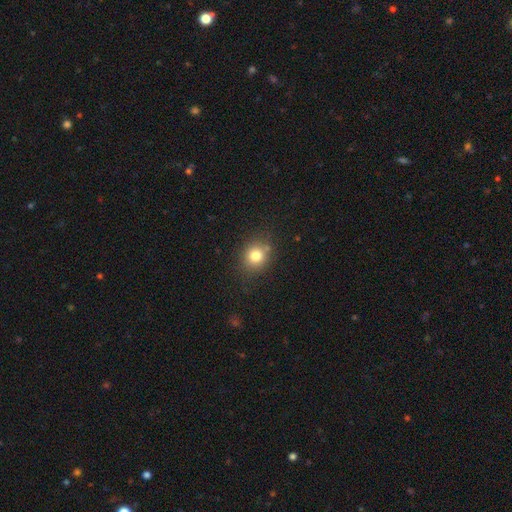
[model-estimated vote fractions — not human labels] Q: Smooth or featured?
A: smooth (78%); runner-up: star or artifact (13%)
Q: How rounded?
A: round (77%); runner-up: in between (22%)
Q: Merging?
A: none (78%); runner-up: minor disturbance (13%)